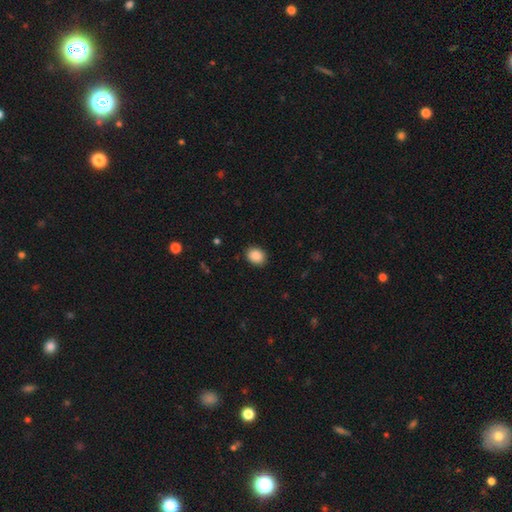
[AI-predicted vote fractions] Smooth or featured? Predicted: smooth (p=0.89). How rounded? Predicted: in between (p=0.53). Merging? Predicted: none (p=0.89).